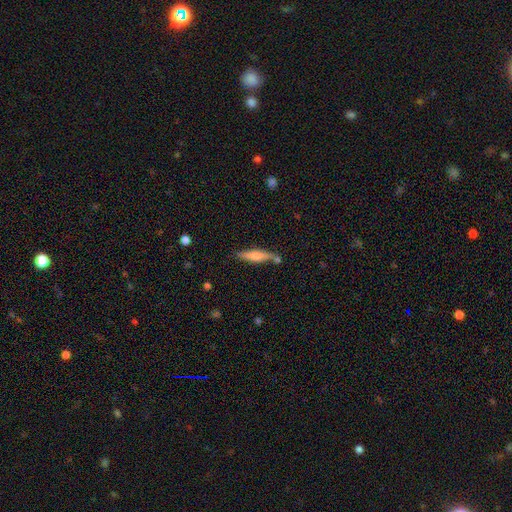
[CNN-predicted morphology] This appears to be a smooth galaxy with no disk features (53%) that is cigar-shaped (81%). Merging: none (71%).